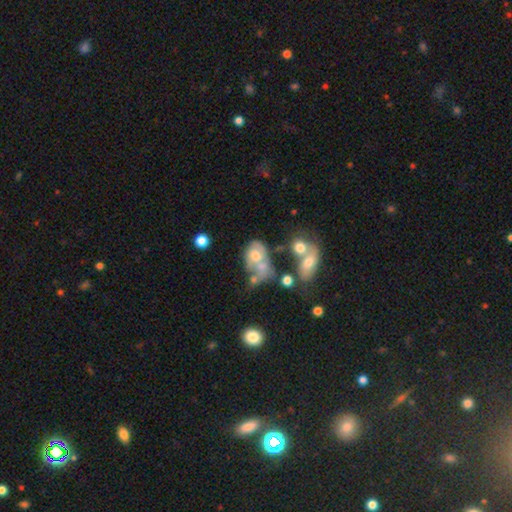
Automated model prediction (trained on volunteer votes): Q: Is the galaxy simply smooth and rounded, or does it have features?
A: featured or disk — 46%.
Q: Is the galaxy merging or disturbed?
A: merger — 44%.